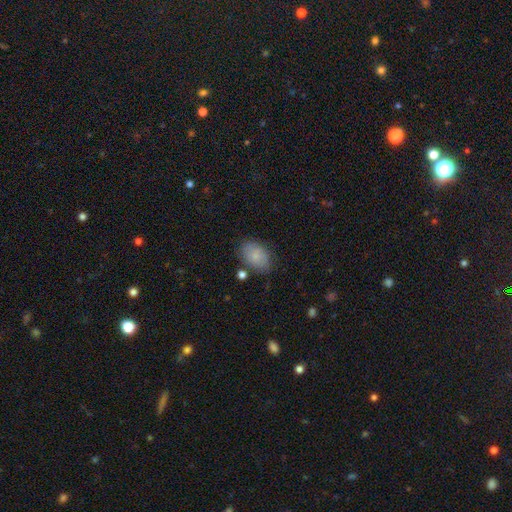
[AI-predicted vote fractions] A smooth galaxy with no disk features (82%) that is in between round and cigar-shaped (87%). Merging: none (75%).